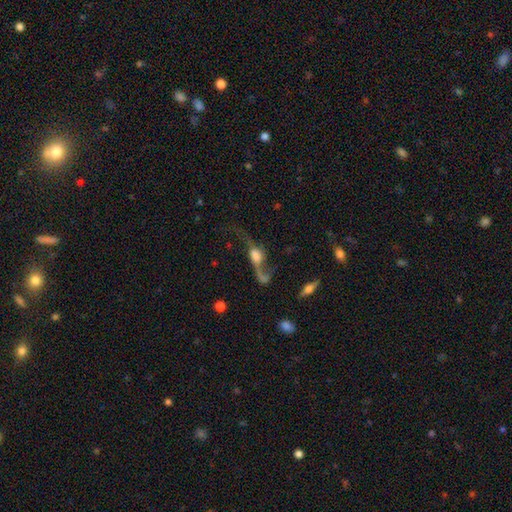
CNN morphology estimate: Smooth or featured: featured or disk — 67% (smooth — 22%)
Edge-on disk: no — 80% (yes — 20%)
Bar: no — 62% (weak — 28%)
Spiral arms: yes — 81% (no — 19%)
Bulge size: large — 38% (moderate — 26%)
Merging: major disturbance — 42% (none — 34%)